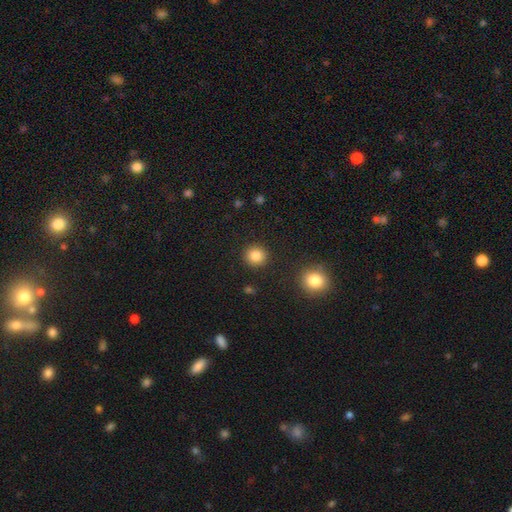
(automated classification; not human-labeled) Smooth or featured: smooth — 85% (star or artifact — 10%)
How rounded: round — 92% (in between — 7%)
Merging: none — 90% (minor disturbance — 5%)